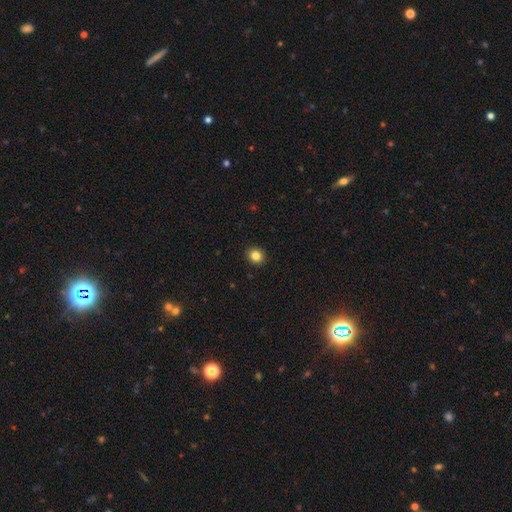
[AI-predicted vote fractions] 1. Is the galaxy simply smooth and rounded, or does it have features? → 84% smooth, 11% star or artifact, 5% featured or disk.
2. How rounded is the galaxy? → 82% round, 17% in between, 1% cigar-shaped.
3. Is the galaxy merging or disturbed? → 92% none, 5% minor disturbance, 2% major disturbance, 1% merger.